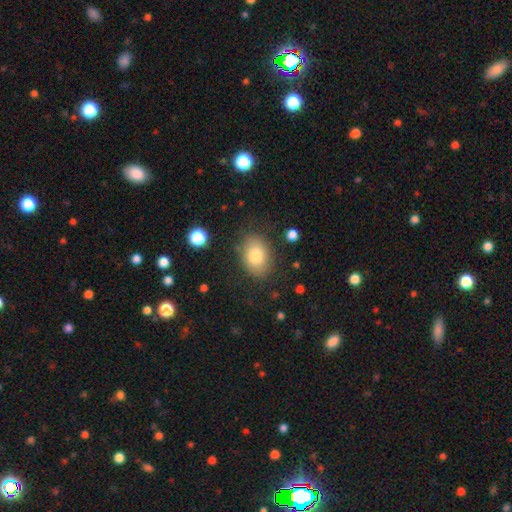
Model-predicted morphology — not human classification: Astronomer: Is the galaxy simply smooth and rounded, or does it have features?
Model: smooth — 79%.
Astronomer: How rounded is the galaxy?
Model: in between — 75%.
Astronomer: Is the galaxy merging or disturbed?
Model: none — 81%.